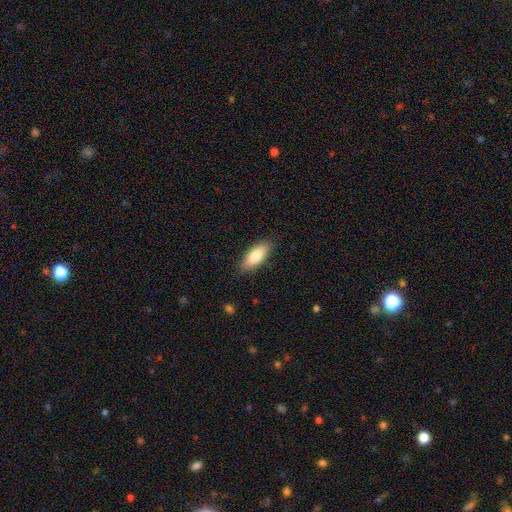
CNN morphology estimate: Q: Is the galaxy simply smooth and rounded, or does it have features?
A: smooth — 80%.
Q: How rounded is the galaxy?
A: in between — 75%.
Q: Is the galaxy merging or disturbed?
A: none — 87%.